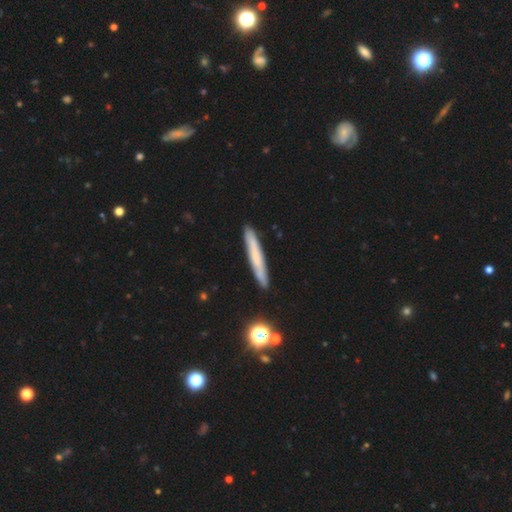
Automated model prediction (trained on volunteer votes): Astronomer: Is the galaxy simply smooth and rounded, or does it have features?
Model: smooth — 59%.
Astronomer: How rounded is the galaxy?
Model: cigar-shaped — 95%.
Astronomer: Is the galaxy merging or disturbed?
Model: none — 89%.